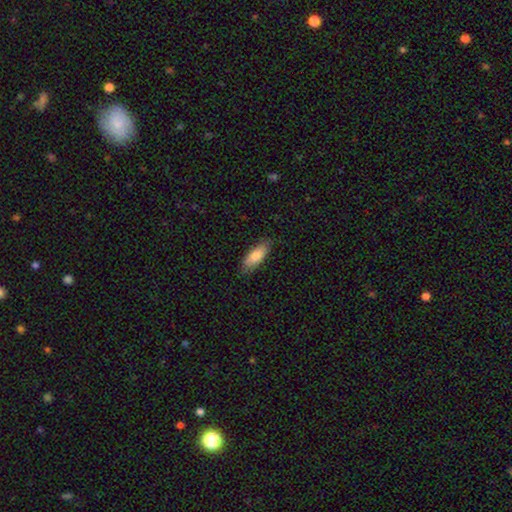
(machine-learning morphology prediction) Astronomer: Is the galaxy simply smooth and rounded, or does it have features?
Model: smooth — 80%.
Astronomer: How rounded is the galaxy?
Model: in between — 70%.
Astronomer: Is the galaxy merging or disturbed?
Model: none — 81%.